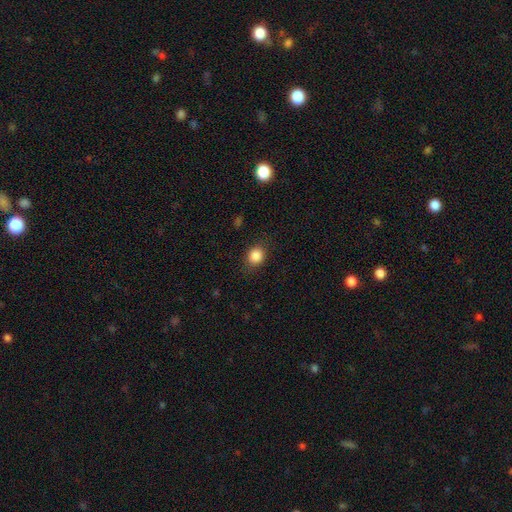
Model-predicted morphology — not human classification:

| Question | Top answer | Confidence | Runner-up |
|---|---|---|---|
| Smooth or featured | smooth | 85% | star or artifact (10%) |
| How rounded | round | 65% | in between (34%) |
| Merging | none | 81% | minor disturbance (14%) |